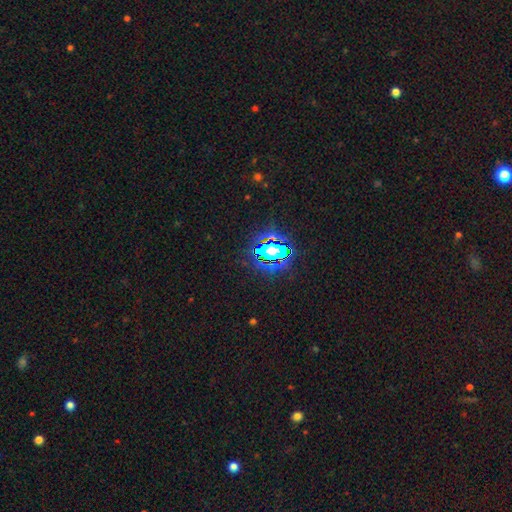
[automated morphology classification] This is clearly a star or artifact rather than a galaxy (82%).